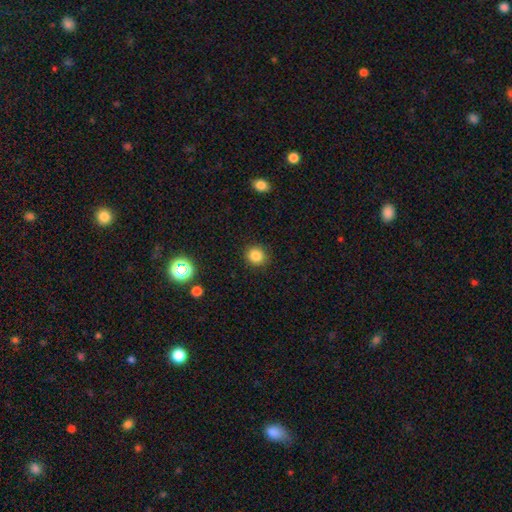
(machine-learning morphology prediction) smooth-or-featured: smooth: 83% | star or artifact: 12% | featured or disk: 5%
  how-rounded: round: 89% | in between: 10% | cigar-shaped: 1%
  merging: none: 90% | minor disturbance: 6% | major disturbance: 2% | merger: 1%